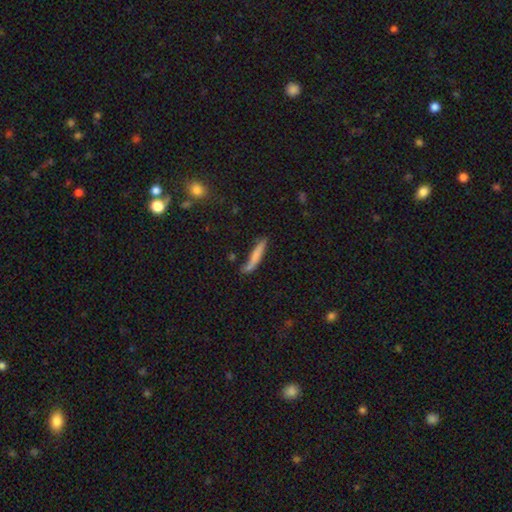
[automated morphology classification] smooth 71%, featured or disk 22%, star or artifact 7%. Down the decision tree: how rounded — cigar-shaped (91%); merging — none (65%).